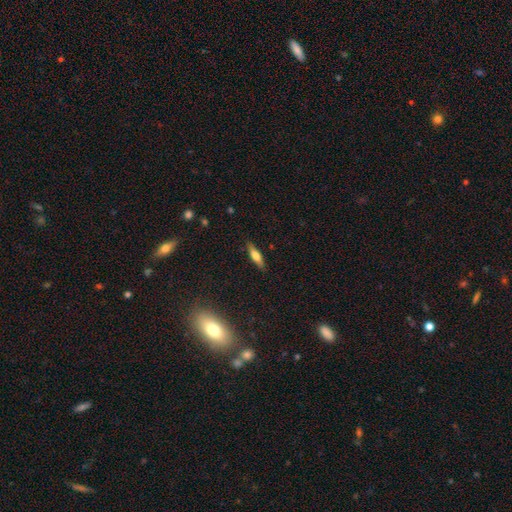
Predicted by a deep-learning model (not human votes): Smooth or featured? Predicted: smooth (p=0.59). How rounded? Predicted: cigar-shaped (p=0.64). Merging? Predicted: none (p=0.87).